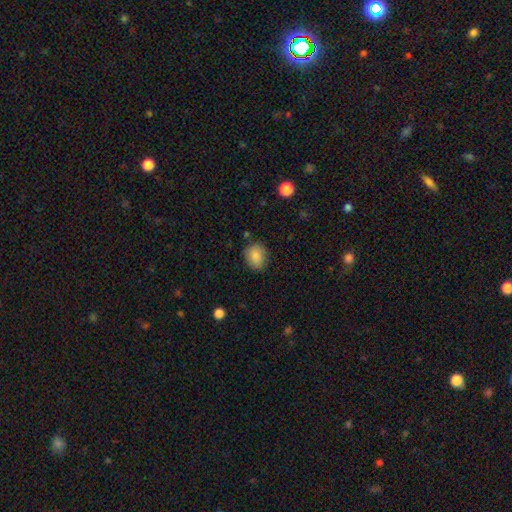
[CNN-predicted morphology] This is clearly a smooth galaxy (86%). How rounded: likely round (61%). Merging: clearly none (81%).